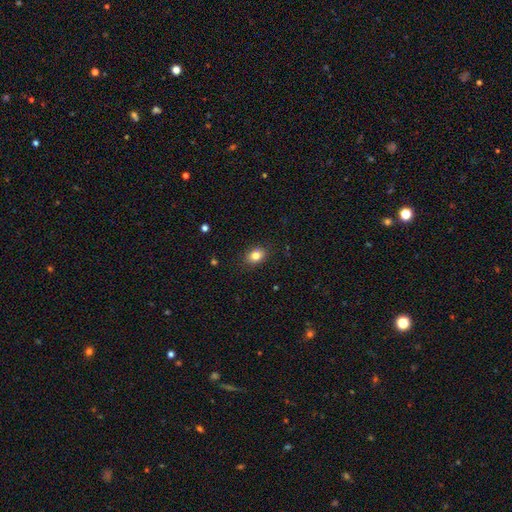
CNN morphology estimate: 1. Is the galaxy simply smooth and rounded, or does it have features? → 83% smooth, 10% star or artifact, 8% featured or disk.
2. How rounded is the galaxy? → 67% in between, 32% round, 1% cigar-shaped.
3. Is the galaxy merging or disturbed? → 86% none, 10% minor disturbance, 2% major disturbance, 1% merger.